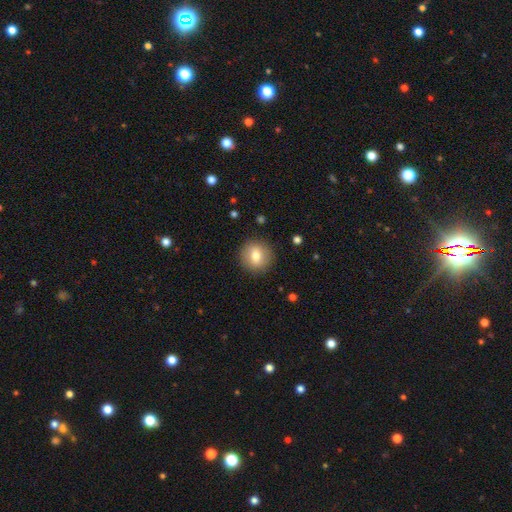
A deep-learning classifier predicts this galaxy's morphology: smooth 73%, featured or disk 18%, star or artifact 9%. Down the decision tree: how rounded — round (89%); merging — none (89%).